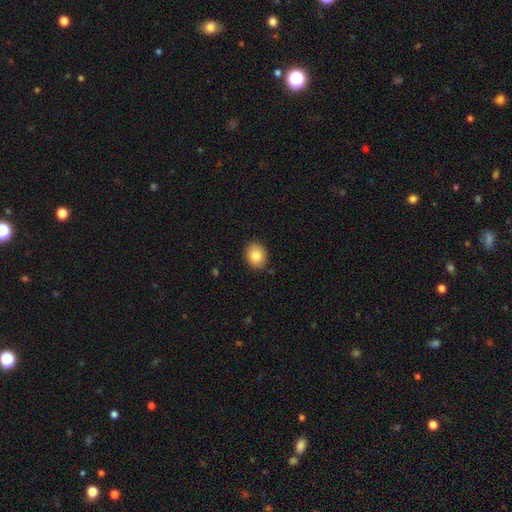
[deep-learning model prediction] This appears to be a smooth galaxy with no disk features (84%) that is round (60%). Merging: none (89%).